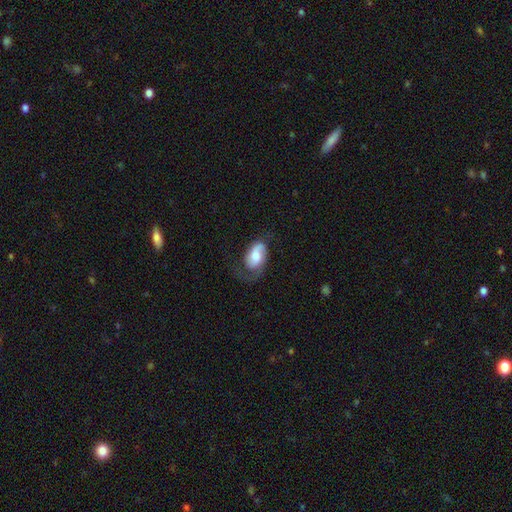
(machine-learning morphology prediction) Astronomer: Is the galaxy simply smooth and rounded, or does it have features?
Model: featured or disk — 59% (runner-up: smooth, 35%).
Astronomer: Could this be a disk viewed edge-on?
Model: no — 96%.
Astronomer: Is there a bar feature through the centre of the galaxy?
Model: no — 58%.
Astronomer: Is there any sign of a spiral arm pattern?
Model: yes — 89%.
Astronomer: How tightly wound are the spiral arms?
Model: medium — 38% (runner-up: loose, 36%).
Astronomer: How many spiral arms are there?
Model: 2 — 48% (runner-up: 1, 42%).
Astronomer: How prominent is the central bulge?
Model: moderate — 45% (runner-up: large, 29%).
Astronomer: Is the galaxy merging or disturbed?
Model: none — 44% (runner-up: major disturbance, 27%).